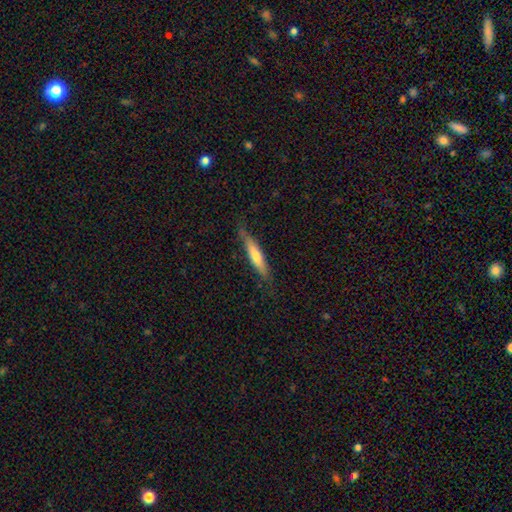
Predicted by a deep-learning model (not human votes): The model was most divided on "smooth or featured": smooth: 55%, featured or disk: 39%, star or artifact: 6%. More confident: how rounded — cigar-shaped (89%); merging — none (77%).